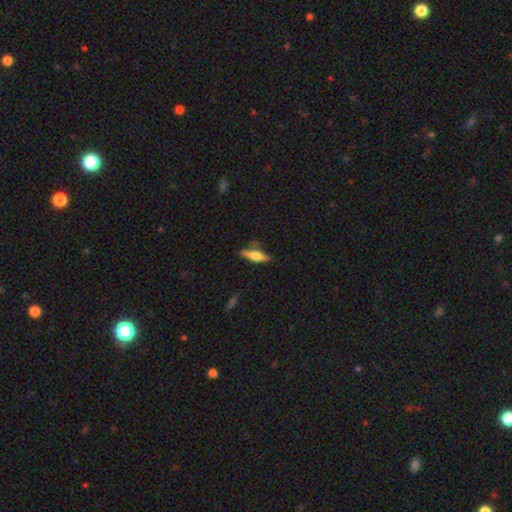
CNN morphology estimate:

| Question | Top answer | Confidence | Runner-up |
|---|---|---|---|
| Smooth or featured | featured or disk | 49% | smooth (45%) |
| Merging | none | 78% | minor disturbance (15%) |